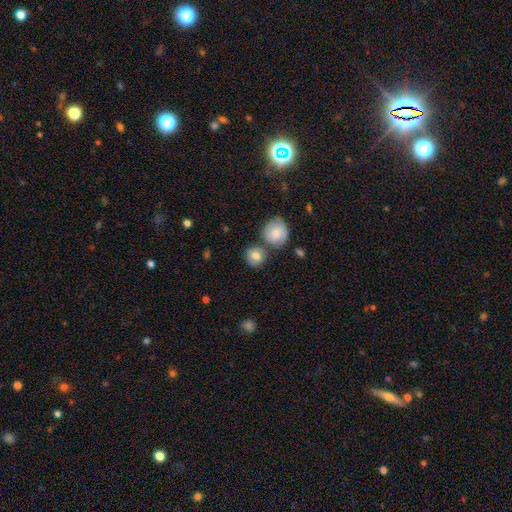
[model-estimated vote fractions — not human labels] The model was most divided on "merging": none: 69%, merger: 15%, minor disturbance: 12%, major disturbance: 3%. More confident: how rounded — round (84%); smooth or featured — smooth (81%).